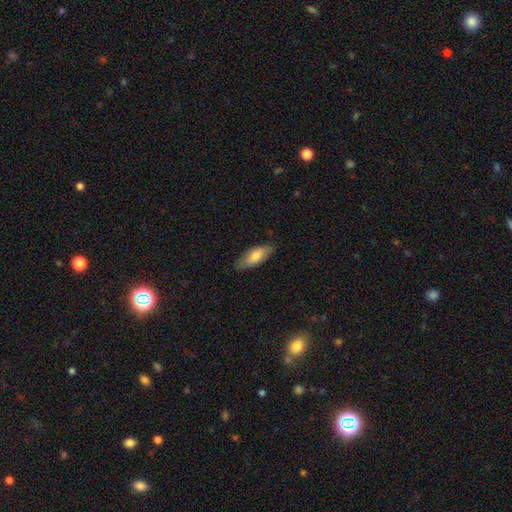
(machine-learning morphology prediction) Smooth or featured? smooth (73%)
How rounded? in between (70%)
Merging? none (82%)